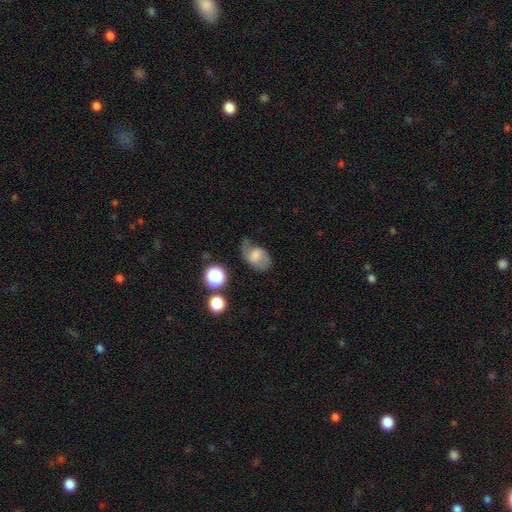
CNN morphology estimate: Smooth or featured? Predicted: smooth (p=0.45). Merging? Predicted: none (p=0.49).